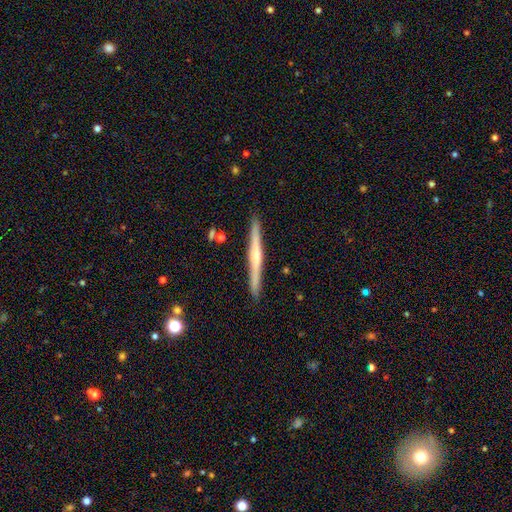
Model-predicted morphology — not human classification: type=featured or disk (67%); edge-on=yes (98%); edge-on bulge=rounded (63%); merging=none (92%).